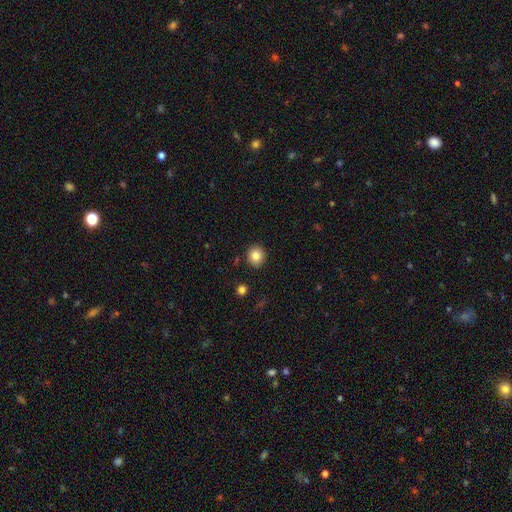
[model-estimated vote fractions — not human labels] Smooth or featured?
  - smooth: 83% *
  - star or artifact: 10%
  - featured or disk: 7%
How rounded?
  - round: 88% *
  - in between: 11%
  - cigar-shaped: 1%
Merging?
  - none: 90% *
  - minor disturbance: 7%
  - major disturbance: 2%
  - merger: 2%